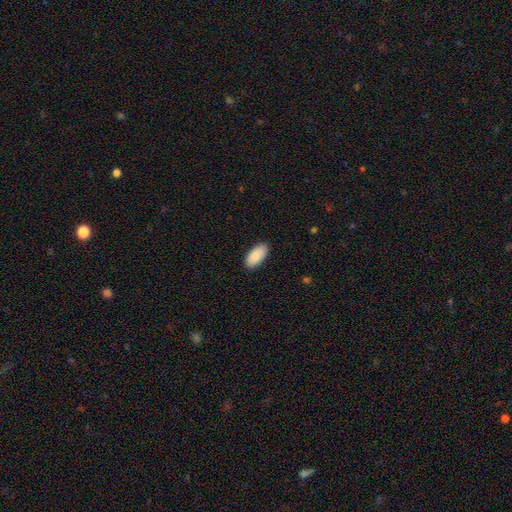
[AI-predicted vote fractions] Q: Smooth or featured?
A: smooth (89%); runner-up: star or artifact (6%)
Q: How rounded?
A: in between (94%); runner-up: cigar-shaped (4%)
Q: Merging?
A: none (88%); runner-up: minor disturbance (10%)